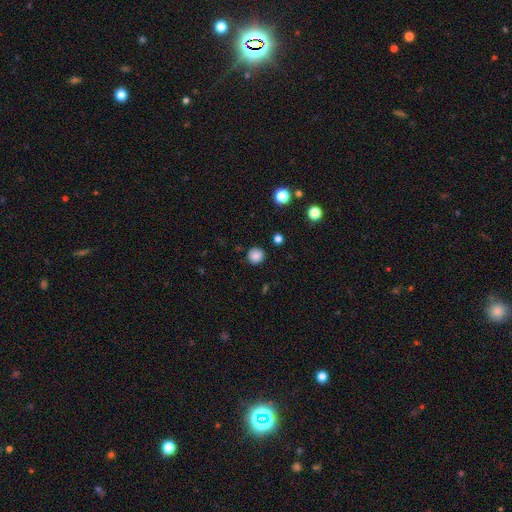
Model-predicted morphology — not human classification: type=smooth (85%); roundness=round (94%); merging=none (91%).